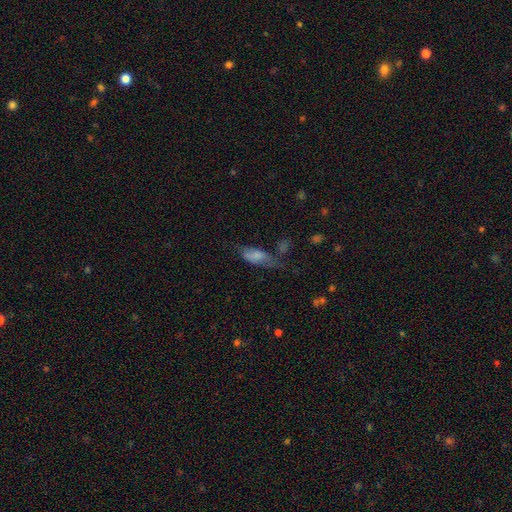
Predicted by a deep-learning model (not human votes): smooth 71%, featured or disk 19%, star or artifact 9%. Down the decision tree: how rounded — in between (79%); merging — none (31%).